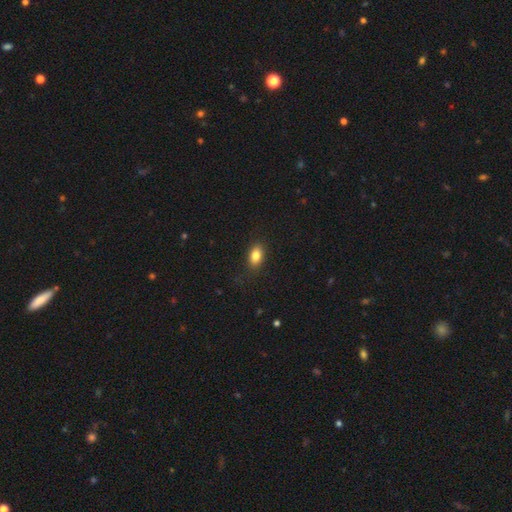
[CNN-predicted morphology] Smooth or featured? Predicted: smooth (p=0.83). How rounded? Predicted: in between (p=0.86). Merging? Predicted: none (p=0.85).